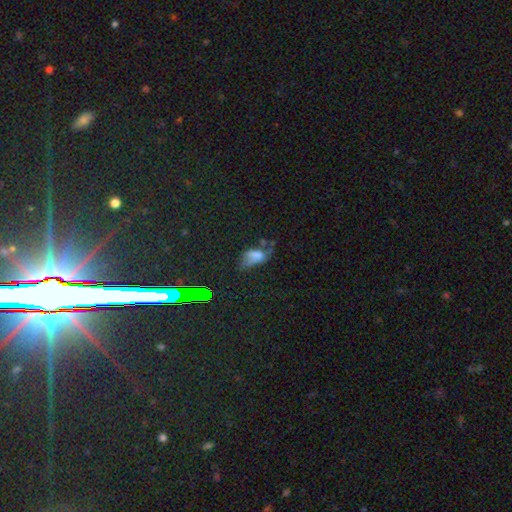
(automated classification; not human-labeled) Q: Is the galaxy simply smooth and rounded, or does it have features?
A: smooth — 50%.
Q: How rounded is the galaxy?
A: in between — 84%.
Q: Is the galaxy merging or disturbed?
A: major disturbance — 39%.